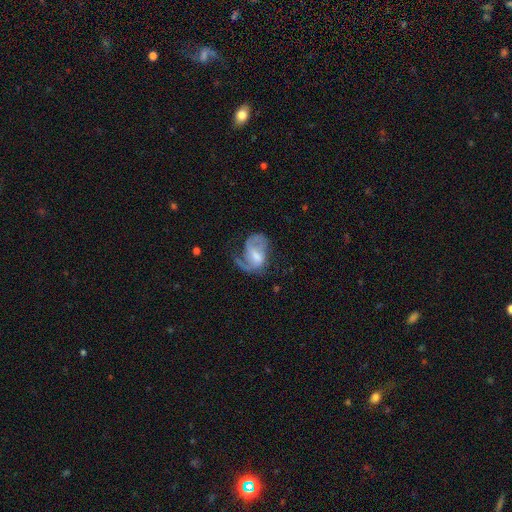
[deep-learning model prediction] Smooth or featured?
  - featured or disk: 74% *
  - smooth: 19%
  - star or artifact: 7%
Edge-on disk?
  - no: 97% *
  - yes: 3%
Bar?
  - weak: 51% *
  - no: 35%
  - strong: 15%
Spiral arms?
  - yes: 87% *
  - no: 13%
Spiral winding?
  - medium: 43% *
  - loose: 39%
  - tight: 18%
Spiral arm count?
  - 2: 49% *
  - 1: 34%
  - can't tell: 11%
  - 3: 4%
  - 4: 2%
  - more than 4: 1%
Bulge size?
  - moderate: 40% *
  - small: 30%
  - none: 18%
  - large: 10%
  - dominant: 2%
Merging?
  - major disturbance: 39% *
  - none: 36%
  - minor disturbance: 22%
  - merger: 3%